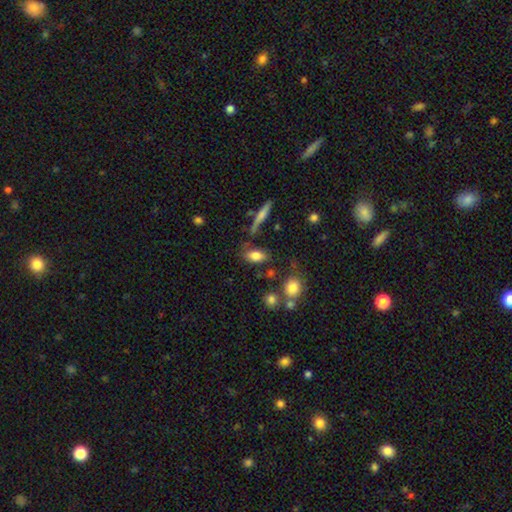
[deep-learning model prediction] Morphology: type=smooth (79%); roundness=in between (84%); merging=none (69%).